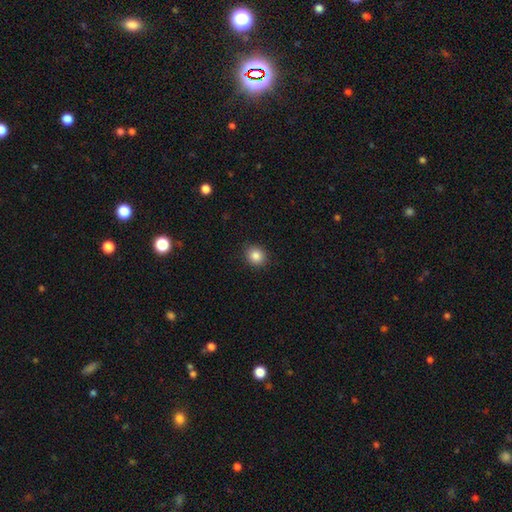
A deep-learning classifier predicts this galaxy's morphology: smooth-or-featured: smooth: 86% | star or artifact: 10% | featured or disk: 5%
  how-rounded: round: 75% | in between: 24% | cigar-shaped: 1%
  merging: none: 89% | minor disturbance: 7% | major disturbance: 2% | merger: 1%